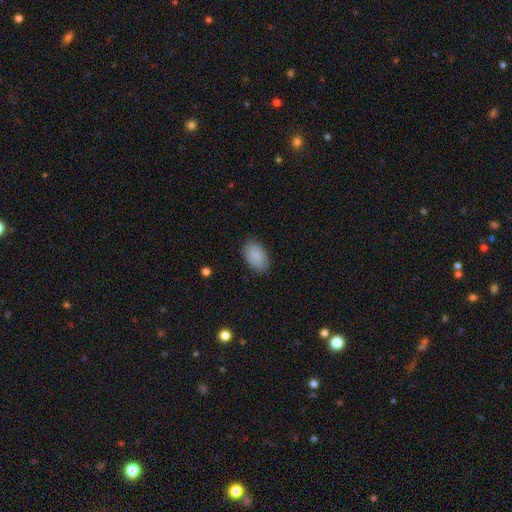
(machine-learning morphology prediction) Smooth or featured: smooth — 89% (star or artifact — 6%)
How rounded: in between — 93% (round — 6%)
Merging: none — 85% (minor disturbance — 11%)